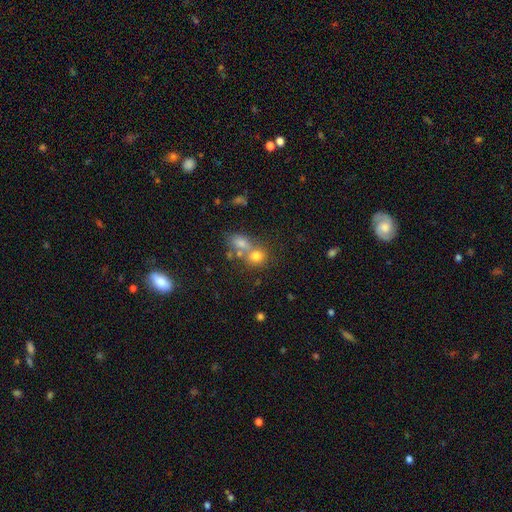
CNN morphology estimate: A smooth galaxy with no disk features (71%) that is round (66%). Merging: merger (52%).